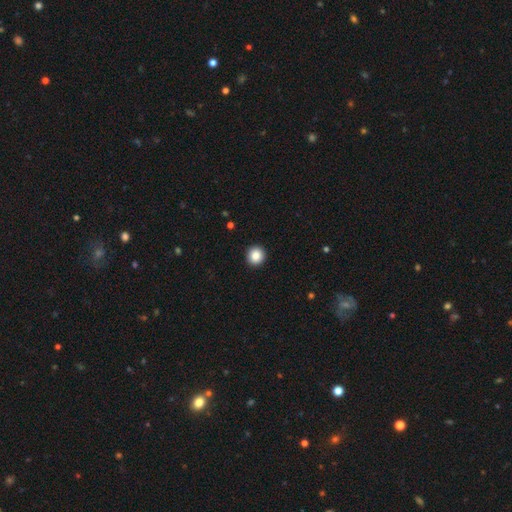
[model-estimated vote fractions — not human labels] A smooth galaxy with no disk features (86%) that is round (93%). Merging: none (93%).